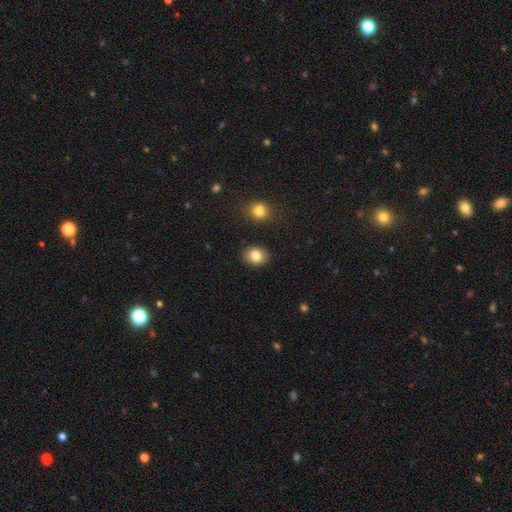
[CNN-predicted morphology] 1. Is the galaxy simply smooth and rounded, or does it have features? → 83% smooth, 9% star or artifact, 8% featured or disk.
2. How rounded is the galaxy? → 50% round, 49% in between, 1% cigar-shaped.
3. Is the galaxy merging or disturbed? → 88% none, 8% minor disturbance, 2% merger, 2% major disturbance.